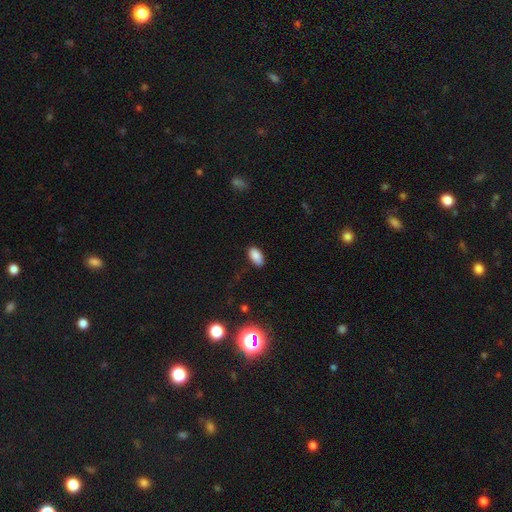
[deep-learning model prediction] smooth_or_featured: smooth (p=0.87) [alt: star or artifact p=0.09]
how_rounded: in between (p=0.93) [alt: cigar-shaped p=0.04]
merging: none (p=0.81) [alt: minor disturbance p=0.15]